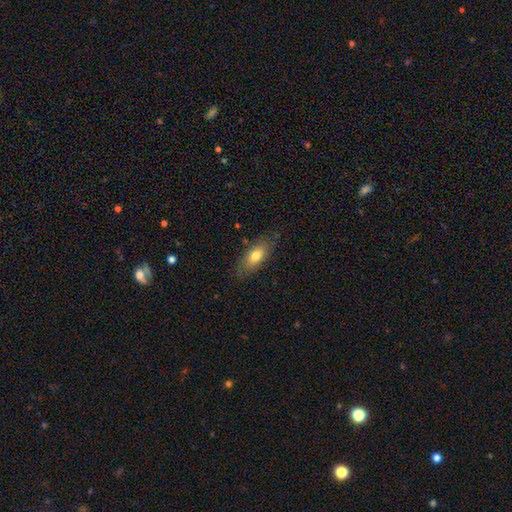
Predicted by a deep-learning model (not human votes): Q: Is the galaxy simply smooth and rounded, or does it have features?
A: smooth — 72%.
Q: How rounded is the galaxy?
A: in between — 81%.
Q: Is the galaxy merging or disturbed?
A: none — 78%.